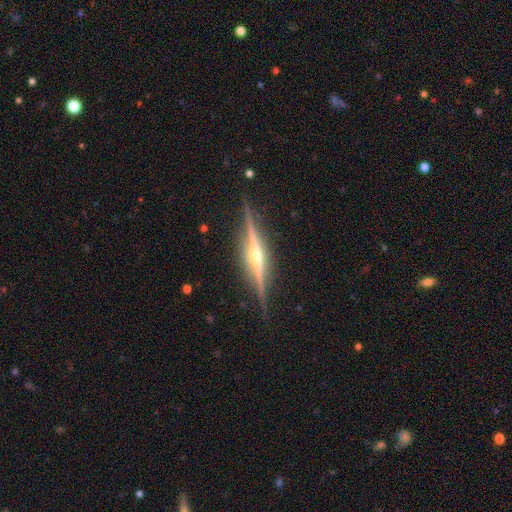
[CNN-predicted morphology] Q: Smooth or featured?
A: featured or disk (86%); runner-up: smooth (8%)
Q: Edge-on disk?
A: yes (98%); runner-up: no (2%)
Q: Edge-on bulge?
A: rounded (77%); runner-up: none (14%)
Q: Merging?
A: none (88%); runner-up: minor disturbance (9%)